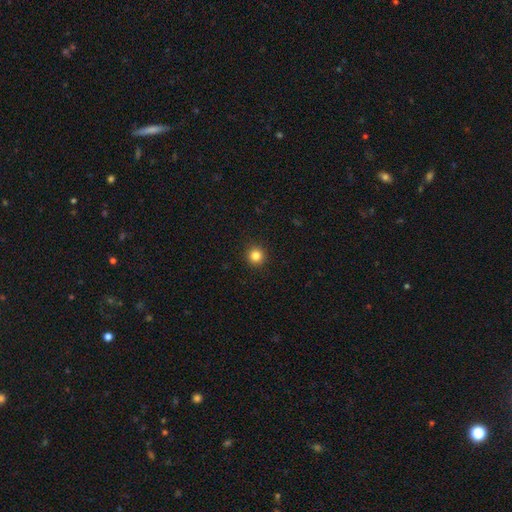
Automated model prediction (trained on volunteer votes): smooth 84%, star or artifact 12%, featured or disk 4%. Down the decision tree: how rounded — round (95%); merging — none (93%).